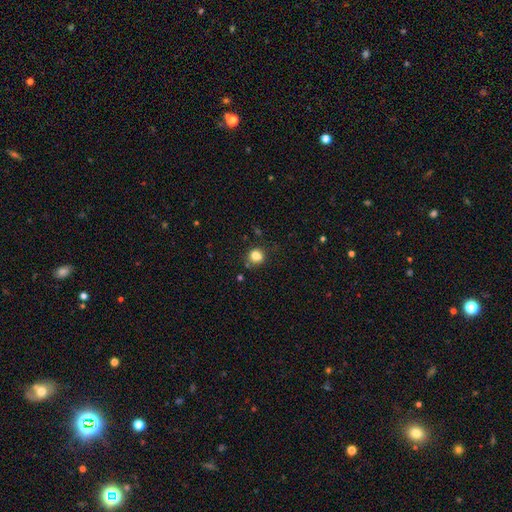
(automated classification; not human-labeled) This is clearly a smooth galaxy (82%). How rounded: likely round (77%). Merging: likely none (70%).